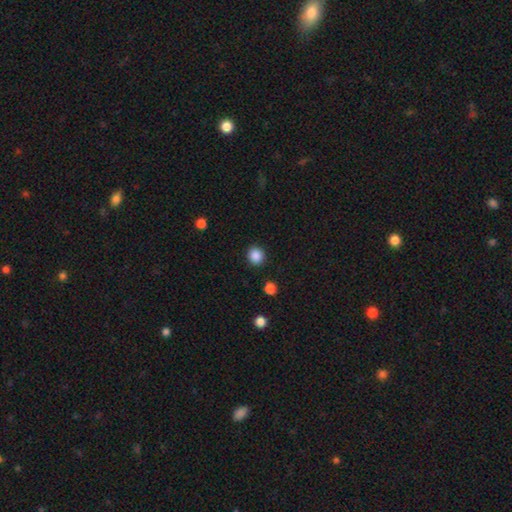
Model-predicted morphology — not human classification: Overall: smooth (87%). How rounded: round (87%). Merging: none (90%).